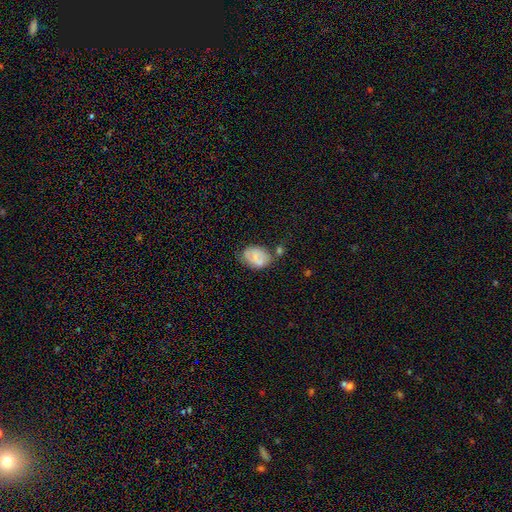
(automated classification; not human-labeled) A smooth galaxy with no disk features (67%) that is in between round and cigar-shaped (79%). Merging: none (49%).